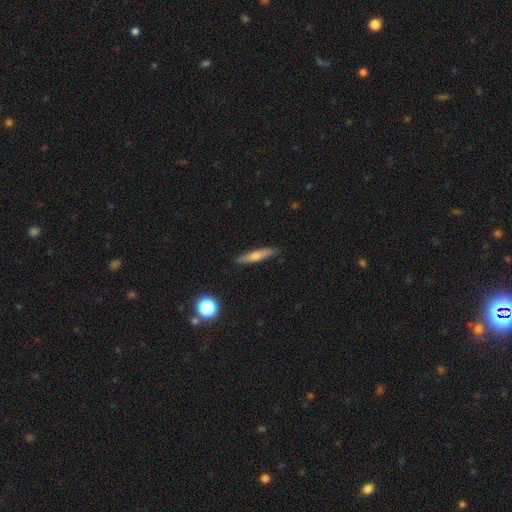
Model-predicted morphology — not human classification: A smooth galaxy with no disk features (57%) that is cigar-shaped (88%).

Vote fractions:
- Smooth or featured? smooth: 57% / featured or disk: 35% / star or artifact: 8%
- How rounded? cigar-shaped: 88% / in between: 10% / round: 2%
- Merging? none: 88% / minor disturbance: 9% / major disturbance: 2% / merger: 1%